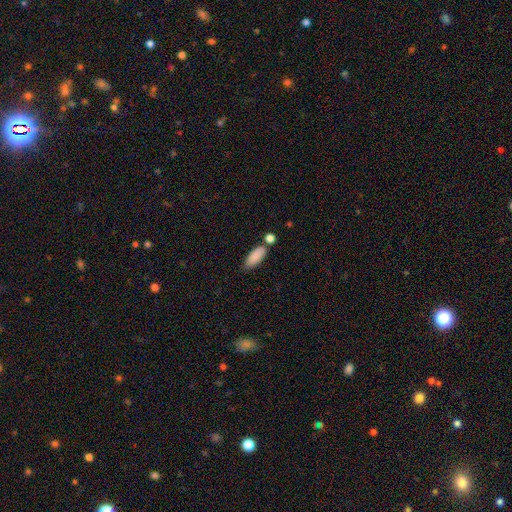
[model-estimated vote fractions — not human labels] Q: Smooth or featured?
A: smooth (87%); runner-up: star or artifact (7%)
Q: How rounded?
A: in between (78%); runner-up: cigar-shaped (20%)
Q: Merging?
A: none (60%); runner-up: minor disturbance (20%)